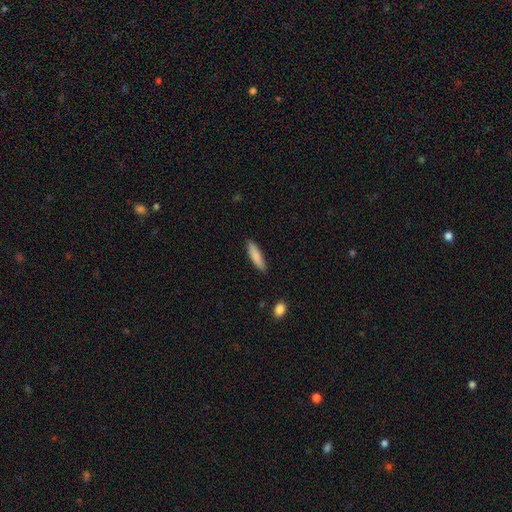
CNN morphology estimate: smooth 85%, featured or disk 9%, star or artifact 6%. Down the decision tree: how rounded — cigar-shaped (72%); merging — none (88%).